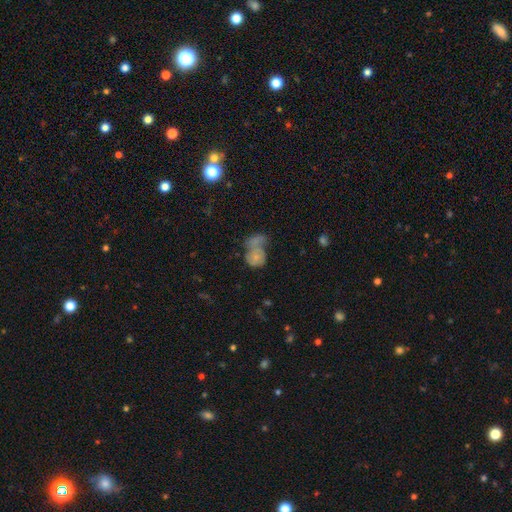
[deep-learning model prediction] Smooth or featured? Predicted: smooth (p=0.58). How rounded? Predicted: in between (p=0.49, tied with round). Merging? Predicted: merger (p=0.49).